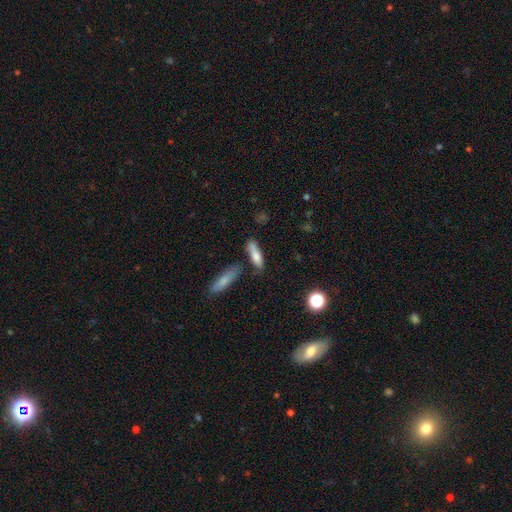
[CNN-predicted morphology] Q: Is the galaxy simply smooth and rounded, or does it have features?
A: smooth — 73%.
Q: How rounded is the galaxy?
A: cigar-shaped — 62%.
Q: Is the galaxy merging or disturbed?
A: none — 56%.